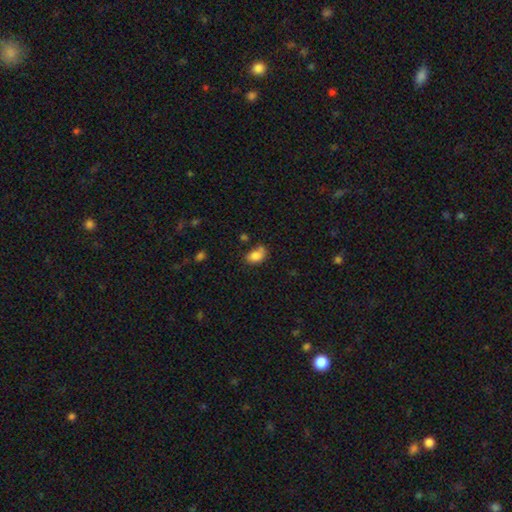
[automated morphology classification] smooth 83%, star or artifact 9%, featured or disk 8%. Down the decision tree: how rounded — in between (82%); merging — none (51%).